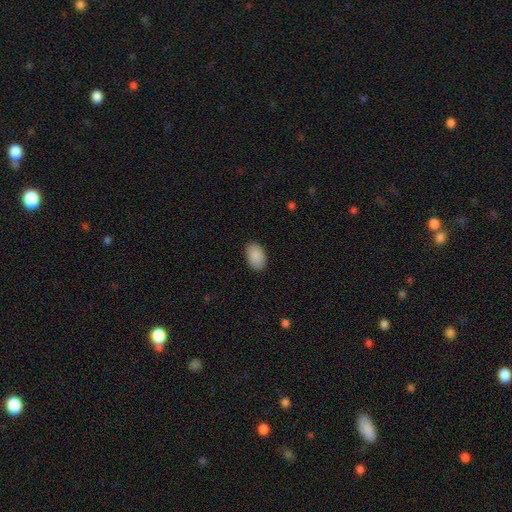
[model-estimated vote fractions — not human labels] A smooth galaxy with no disk features (91%) that is in between round and cigar-shaped (93%). Merging: none (88%).